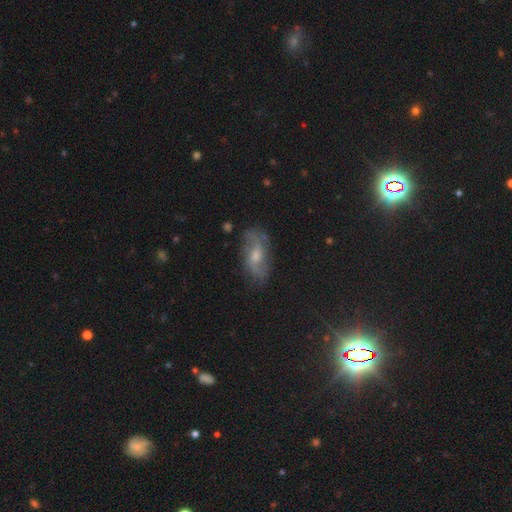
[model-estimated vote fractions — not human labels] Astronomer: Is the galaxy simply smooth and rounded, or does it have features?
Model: featured or disk — 58%.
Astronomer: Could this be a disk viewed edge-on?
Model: no — 89%.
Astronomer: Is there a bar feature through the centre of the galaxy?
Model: no — 47% (runner-up: weak, 43%).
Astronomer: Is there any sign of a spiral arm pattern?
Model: yes — 79%.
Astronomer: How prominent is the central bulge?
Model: moderate — 59%.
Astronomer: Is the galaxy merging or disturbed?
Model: none — 74%.